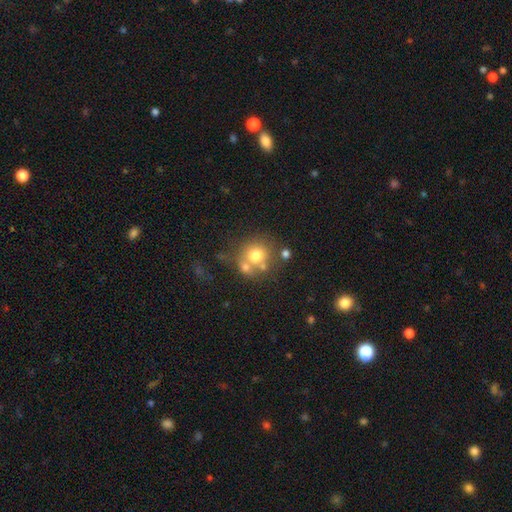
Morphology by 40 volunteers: A smooth galaxy with no disk features (68%) that is round (100%). Merging: none (61%).